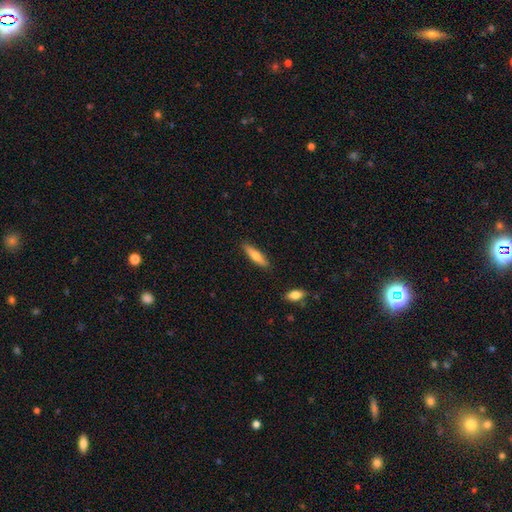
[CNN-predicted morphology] This is possibly a smooth galaxy (60%). How rounded: likely cigar-shaped (74%). Merging: clearly none (88%).